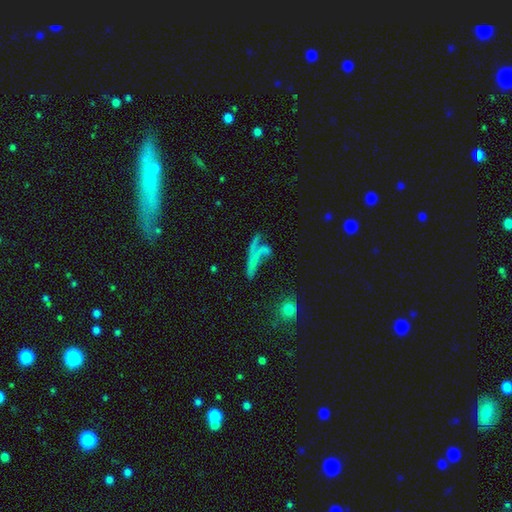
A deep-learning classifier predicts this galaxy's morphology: smooth_or_featured: smooth (p=0.44) [alt: featured or disk p=0.37]
merging: none (p=0.40) [alt: merger p=0.30]